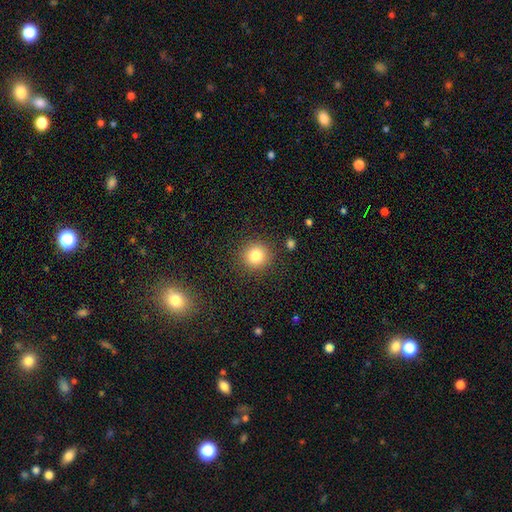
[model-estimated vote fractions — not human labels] A smooth galaxy with no disk features (82%) that is round (92%). Merging: none (89%).